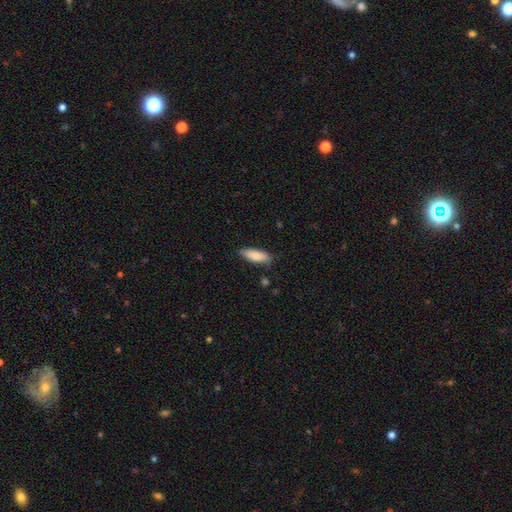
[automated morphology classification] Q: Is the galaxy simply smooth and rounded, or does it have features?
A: smooth — 81%.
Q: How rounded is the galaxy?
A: in between — 57%.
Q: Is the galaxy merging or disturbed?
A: none — 84%.